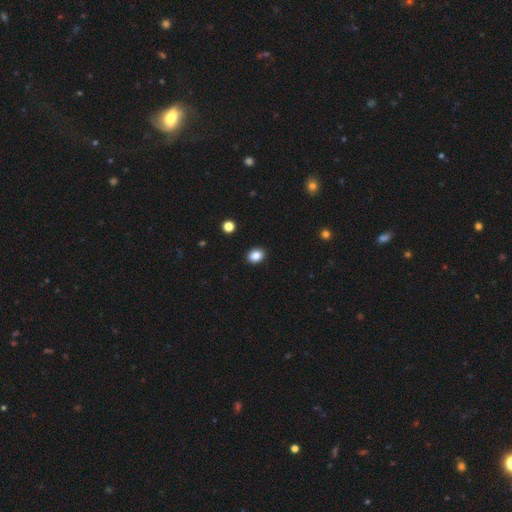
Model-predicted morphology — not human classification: Overall: smooth (87%). How rounded: in between (61%; round 38%). Merging: none (91%).